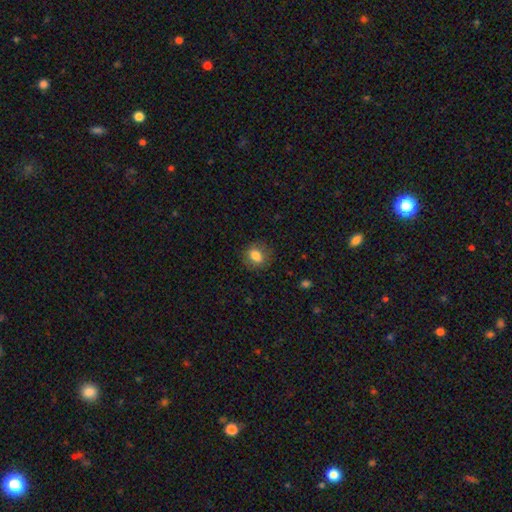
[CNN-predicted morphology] type=smooth (79%); roundness=round (52%); merging=none (81%).